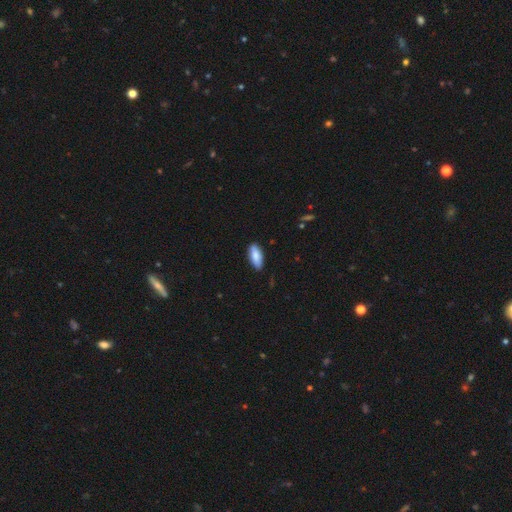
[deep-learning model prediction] Smooth or featured? smooth (81%)
How rounded? in between (82%)
Merging? none (84%)